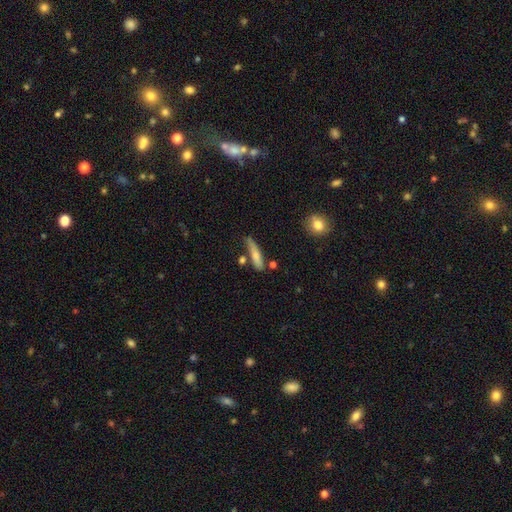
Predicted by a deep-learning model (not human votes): This appears to be a smooth galaxy with no disk features (69%) that is cigar-shaped (82%). Merging: none (58%).